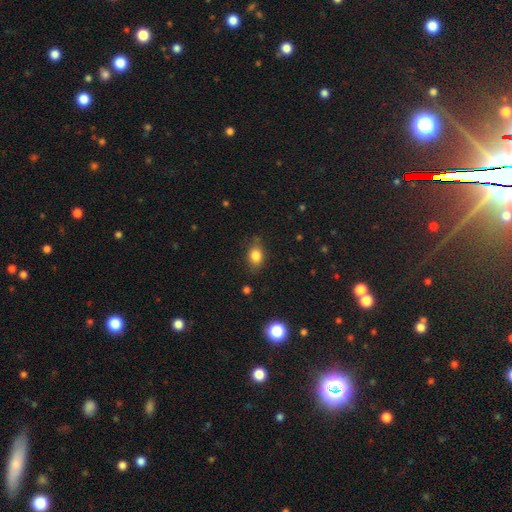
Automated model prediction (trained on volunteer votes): This appears to be a smooth galaxy with no disk features (82%) that is in between round and cigar-shaped (72%). Merging: none (77%).